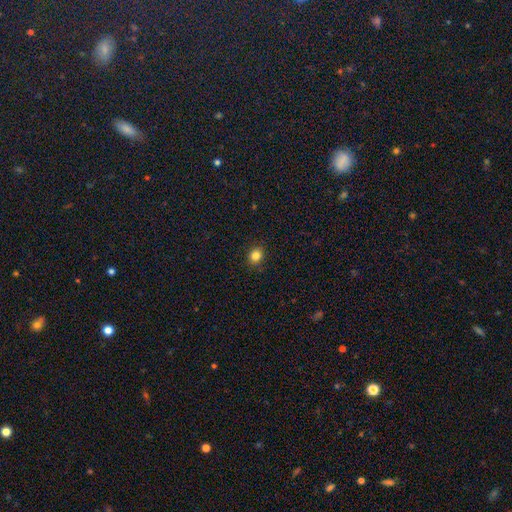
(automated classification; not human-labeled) This appears to be a smooth galaxy with no disk features (83%) that is round (77%). Merging: none (89%).